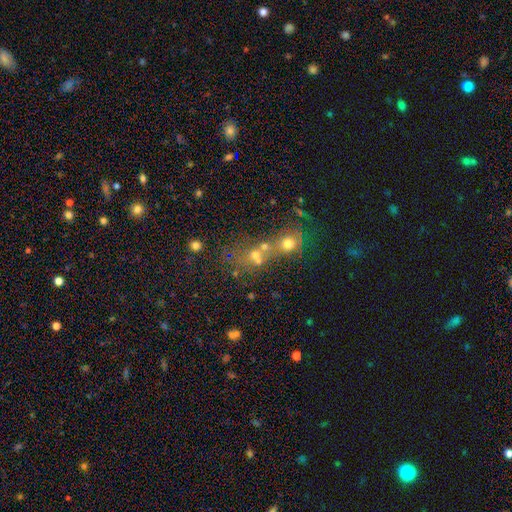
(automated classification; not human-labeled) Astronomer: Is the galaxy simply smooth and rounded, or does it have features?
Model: smooth — 54%.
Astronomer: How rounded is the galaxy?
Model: round — 74%.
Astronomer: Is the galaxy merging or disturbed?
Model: merger — 51% (runner-up: none, 35%).